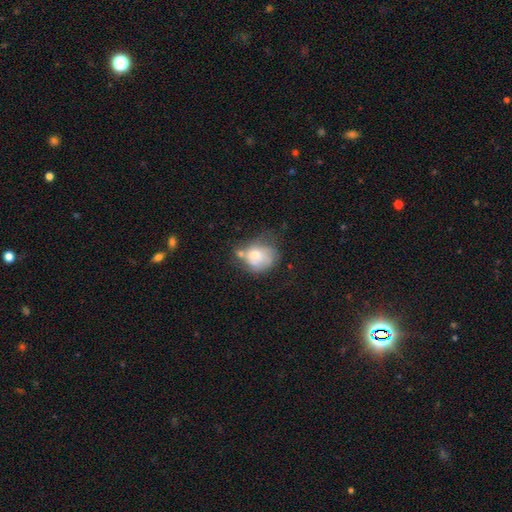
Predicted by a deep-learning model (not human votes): The model was most divided on "merging": none: 29%, minor disturbance: 27%, major disturbance: 23%, merger: 20%. More confident: how rounded — round (59%); smooth or featured — smooth (54%).